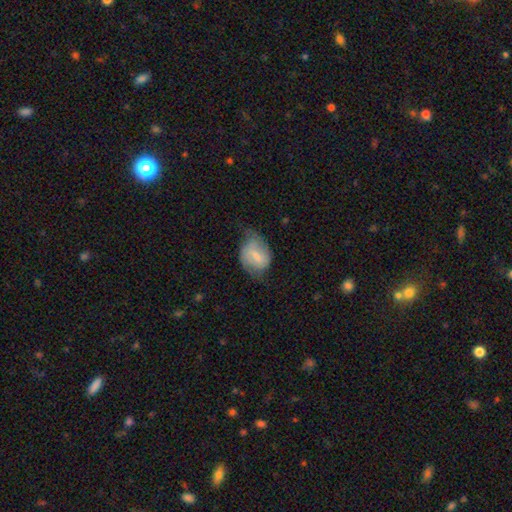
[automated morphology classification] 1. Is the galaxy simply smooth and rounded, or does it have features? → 51% smooth, 42% featured or disk, 7% star or artifact.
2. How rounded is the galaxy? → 60% in between, 39% round, 1% cigar-shaped.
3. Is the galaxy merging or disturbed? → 45% none, 35% minor disturbance, 18% major disturbance, 2% merger.